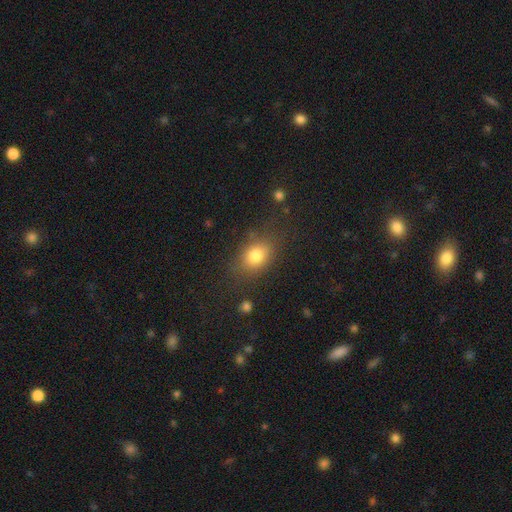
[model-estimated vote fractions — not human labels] A smooth galaxy with no disk features (80%) that is in between round and cigar-shaped (67%). Merging: none (74%).